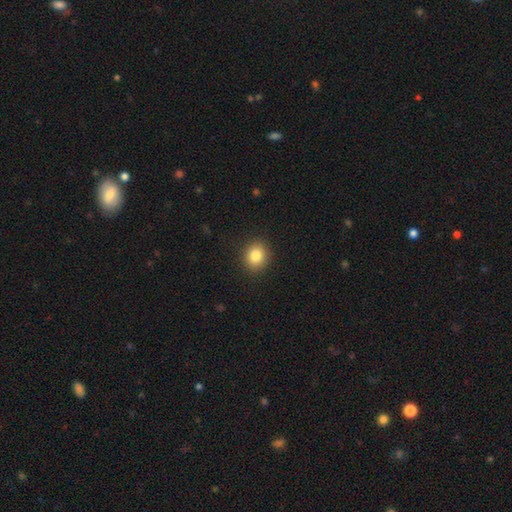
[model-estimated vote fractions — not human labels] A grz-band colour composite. It shows a smooth galaxy with no disk features (84%) that is round (76%). Merging: none (91%).